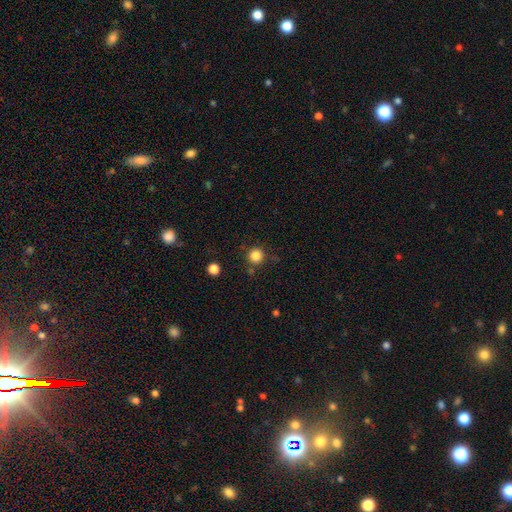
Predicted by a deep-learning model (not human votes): smooth-or-featured: smooth: 84% | star or artifact: 12% | featured or disk: 4%
  how-rounded: round: 94% | in between: 5% | cigar-shaped: 1%
  merging: none: 83% | minor disturbance: 9% | merger: 5% | major disturbance: 3%